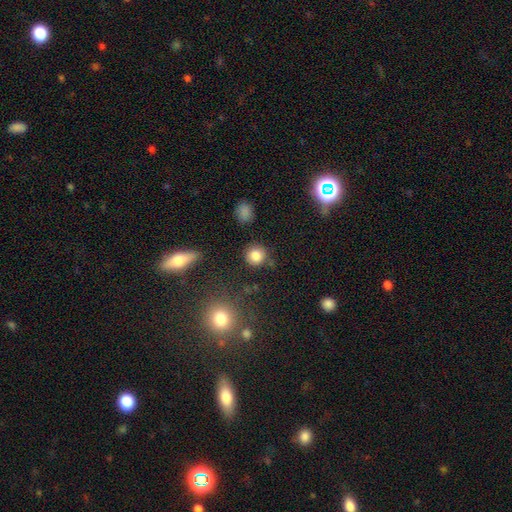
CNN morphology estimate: A smooth galaxy with no disk features (83%) that is round (91%).

Vote fractions:
- Smooth or featured? smooth: 83% / star or artifact: 12% / featured or disk: 6%
- How rounded? round: 91% / in between: 8% / cigar-shaped: 1%
- Merging? none: 81% / minor disturbance: 11% / merger: 4% / major disturbance: 4%